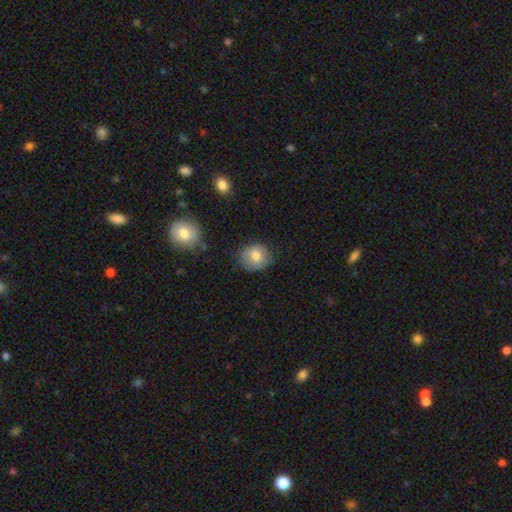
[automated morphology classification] smooth-or-featured: smooth: 78% | featured or disk: 13% | star or artifact: 8%
  how-rounded: round: 67% | in between: 32% | cigar-shaped: 1%
  merging: none: 72% | minor disturbance: 22% | major disturbance: 5% | merger: 2%